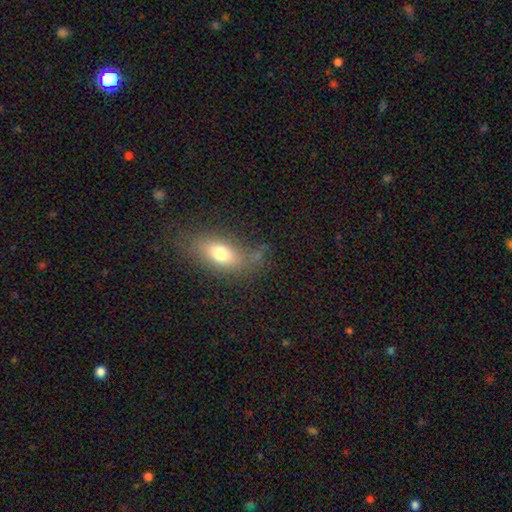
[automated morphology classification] smooth 67%, featured or disk 20%, star or artifact 13%. Down the decision tree: how rounded — in between (78%); merging — none (63%).